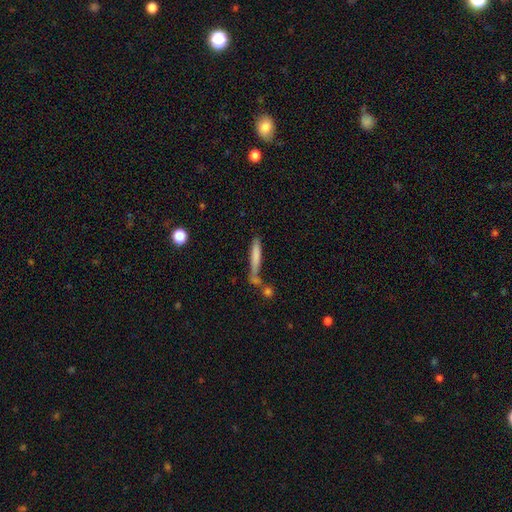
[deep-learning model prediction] Overall: smooth (71%). How rounded: cigar-shaped (91%). Merging: none (52%; merger 22%).